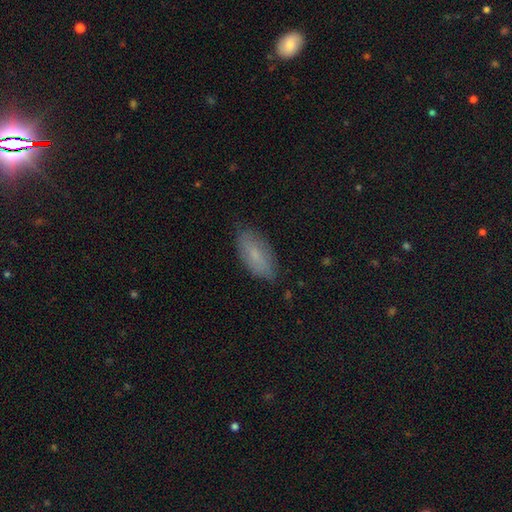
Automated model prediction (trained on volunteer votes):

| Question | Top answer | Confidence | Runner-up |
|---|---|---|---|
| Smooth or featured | smooth | 72% | featured or disk (21%) |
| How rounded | in between | 84% | cigar-shaped (14%) |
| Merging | none | 79% | minor disturbance (17%) |